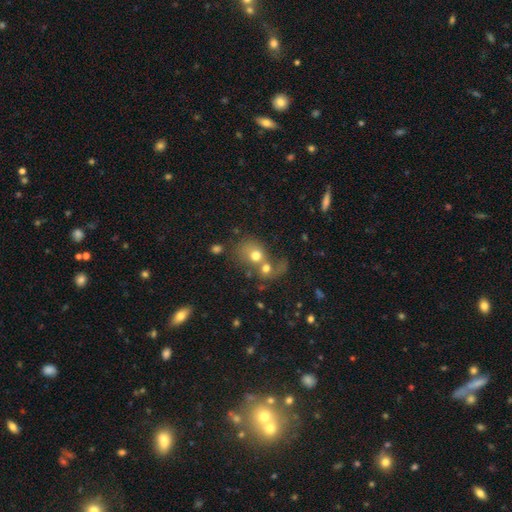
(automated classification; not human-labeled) smooth_or_featured: smooth (p=0.66) [alt: featured or disk p=0.22]
how_rounded: round (p=0.63) [alt: in between p=0.36]
merging: merger (p=0.70) [alt: none p=0.16]